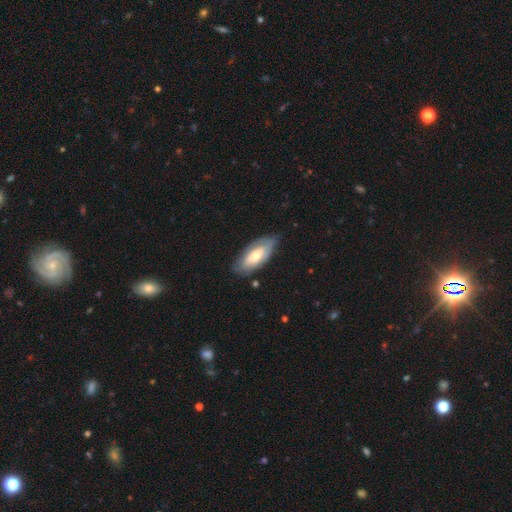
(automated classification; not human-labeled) Smooth or featured? Predicted: smooth (p=0.49). Merging? Predicted: none (p=0.73).